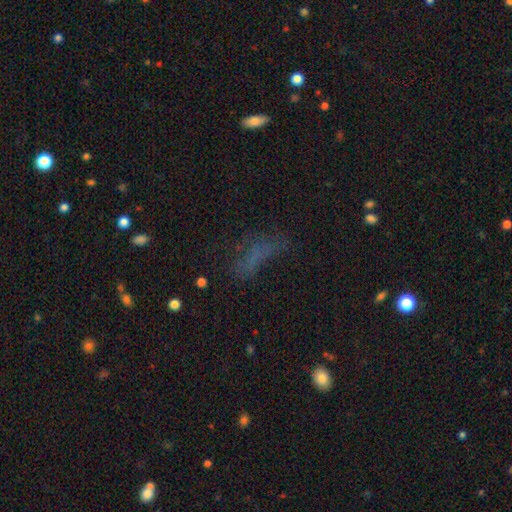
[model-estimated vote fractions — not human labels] A smooth galaxy with no disk features (50%) that is in between round and cigar-shaped (51%). Merging: none (47%).